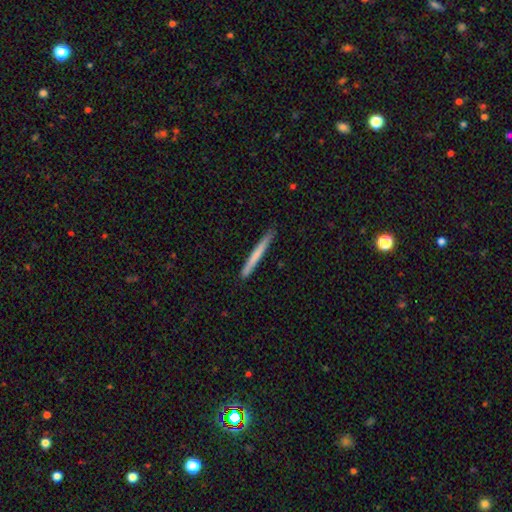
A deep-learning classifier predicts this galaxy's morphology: Smooth or featured: smooth — 67% (featured or disk — 28%)
How rounded: cigar-shaped — 97% (in between — 2%)
Merging: none — 91% (minor disturbance — 7%)